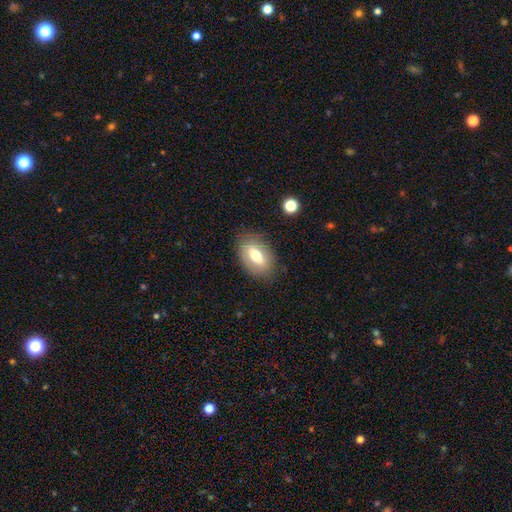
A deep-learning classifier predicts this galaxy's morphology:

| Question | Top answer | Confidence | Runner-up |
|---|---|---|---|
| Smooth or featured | smooth | 59% | featured or disk (33%) |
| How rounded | in between | 87% | round (9%) |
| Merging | none | 82% | minor disturbance (13%) |